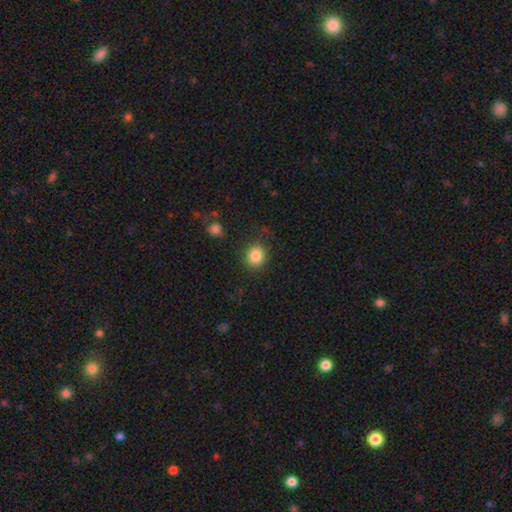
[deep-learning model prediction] This is clearly a smooth galaxy (85%). How rounded: clearly round (81%). Merging: clearly none (85%).